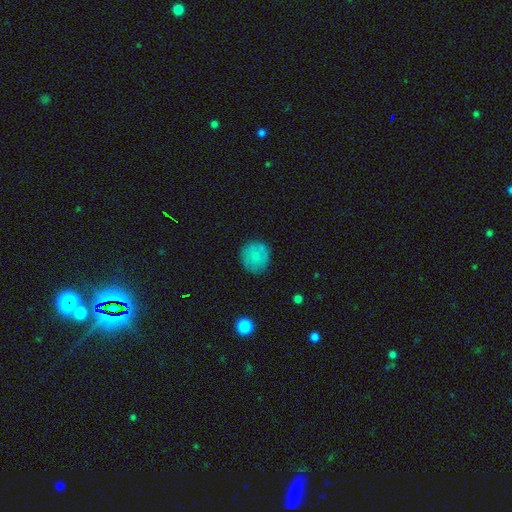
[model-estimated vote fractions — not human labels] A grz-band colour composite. It shows a smooth galaxy with no disk features (79%) that is round (90%). Merging: none (83%).